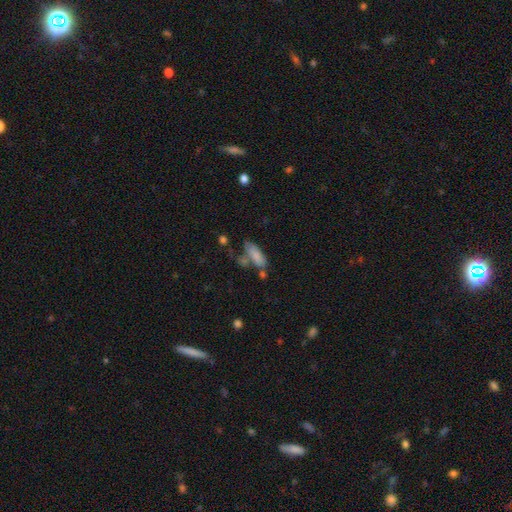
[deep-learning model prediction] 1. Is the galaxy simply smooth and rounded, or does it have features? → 79% smooth, 12% featured or disk, 8% star or artifact.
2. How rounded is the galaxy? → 71% in between, 26% cigar-shaped, 2% round.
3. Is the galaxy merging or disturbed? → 45% none, 22% merger, 21% minor disturbance, 11% major disturbance.